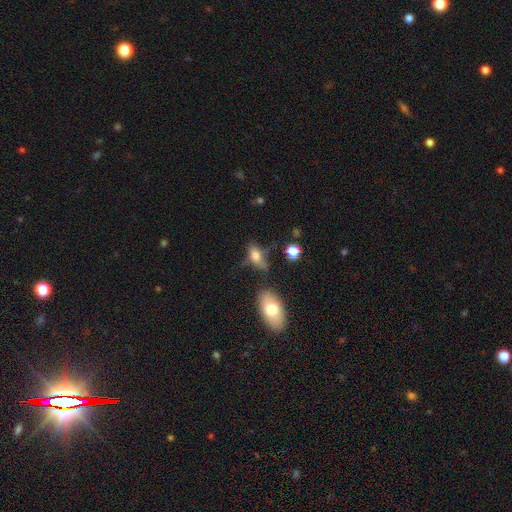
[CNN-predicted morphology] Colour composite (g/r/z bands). It shows a smooth galaxy with no disk features (63%) that is in between round and cigar-shaped (82%). Merging: none (39%).